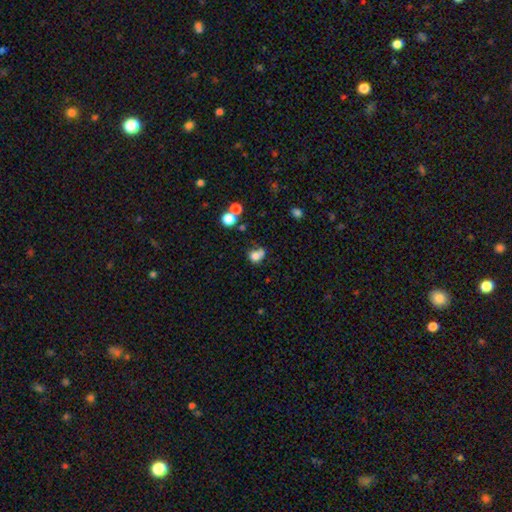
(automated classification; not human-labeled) This is likely a smooth galaxy (75%). How rounded: likely round (62%). Merging: marginally none (37%).